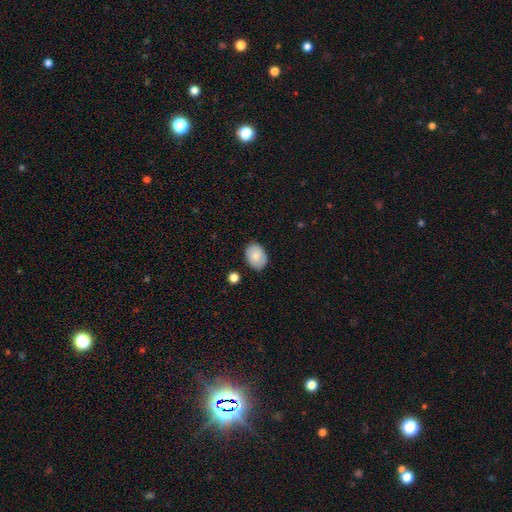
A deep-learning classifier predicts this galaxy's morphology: A smooth galaxy with no disk features (86%) that is in between round and cigar-shaped (77%).

Vote fractions:
- Smooth or featured? smooth: 86% / featured or disk: 7% / star or artifact: 7%
- How rounded? in between: 77% / round: 22% / cigar-shaped: 1%
- Merging? none: 84% / minor disturbance: 11% / major disturbance: 2% / merger: 2%